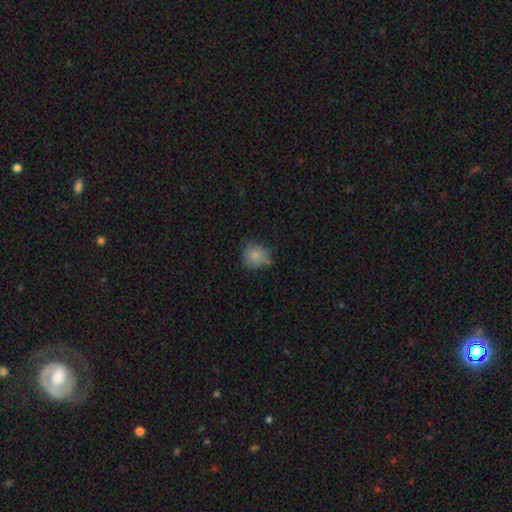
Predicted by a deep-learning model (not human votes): The model was most divided on "merging": none: 57%, minor disturbance: 30%, major disturbance: 9%, merger: 4%. More confident: smooth or featured — smooth (76%); how rounded — round (75%).